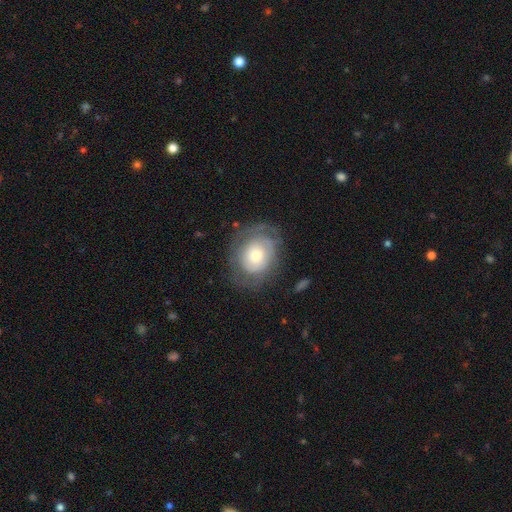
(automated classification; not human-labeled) featured or disk 59%, smooth 34%, star or artifact 8%. Down the decision tree: edge-on disk — no (96%); bar — no (82%); spiral arms — yes (71%); bulge size — moderate (55%); merging — none (71%).